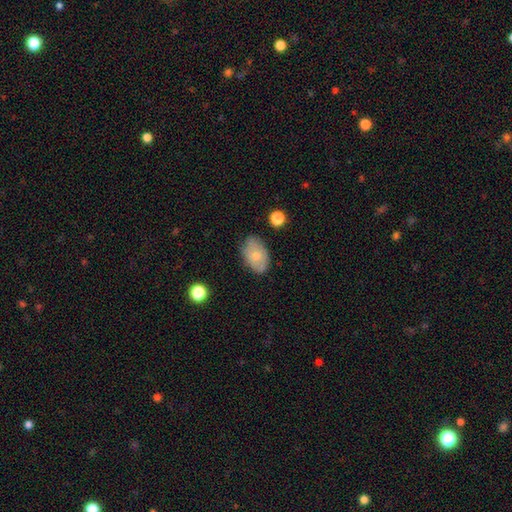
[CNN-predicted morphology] A smooth galaxy with no disk features (67%) that is in between round and cigar-shaped (89%). Merging: none (74%).